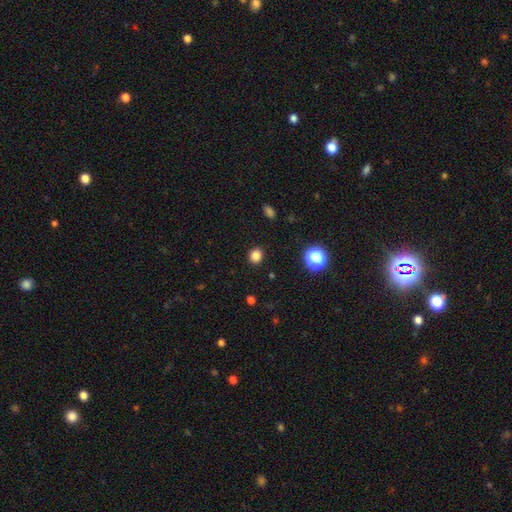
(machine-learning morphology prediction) type=smooth (82%); roundness=round (83%); merging=none (91%).